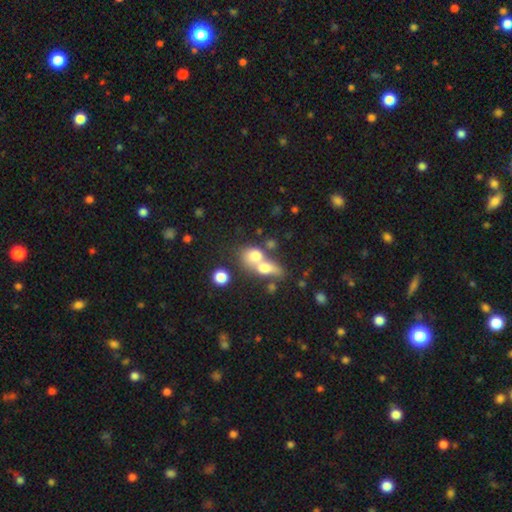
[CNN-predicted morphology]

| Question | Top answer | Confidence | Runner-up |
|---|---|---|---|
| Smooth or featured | smooth | 71% | featured or disk (18%) |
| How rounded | round | 49% | in between (47%) |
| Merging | merger | 68% | none (20%) |